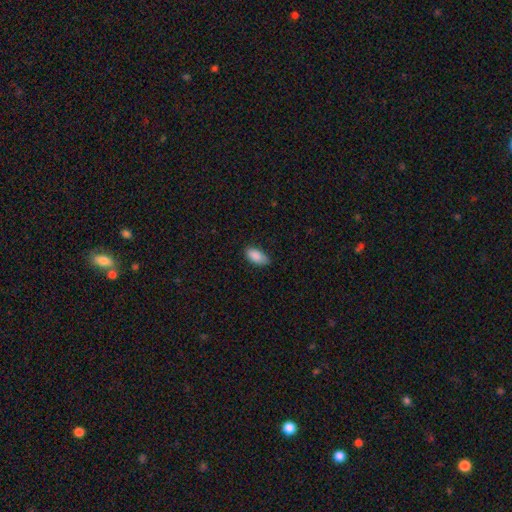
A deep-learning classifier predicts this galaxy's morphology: Smooth or featured: smooth — 89% (star or artifact — 7%)
How rounded: in between — 91% (cigar-shaped — 6%)
Merging: none — 73% (minor disturbance — 23%)